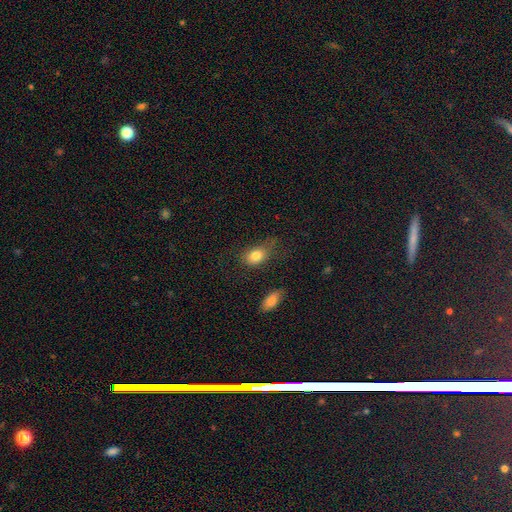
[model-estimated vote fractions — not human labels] Q: Smooth or featured?
A: smooth (83%); runner-up: star or artifact (9%)
Q: How rounded?
A: in between (73%); runner-up: round (25%)
Q: Merging?
A: none (54%); runner-up: minor disturbance (29%)